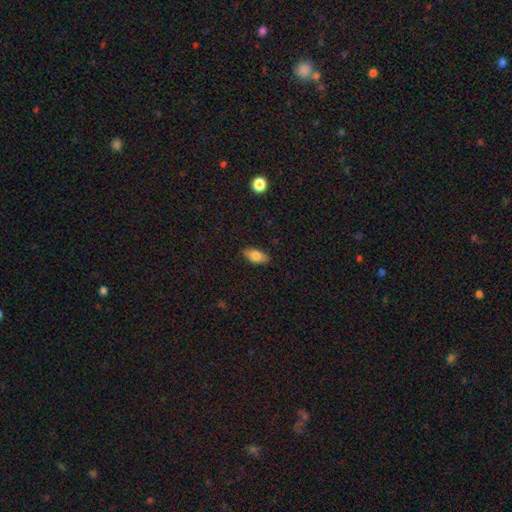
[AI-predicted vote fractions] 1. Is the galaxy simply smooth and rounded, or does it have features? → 80% smooth, 13% featured or disk, 7% star or artifact.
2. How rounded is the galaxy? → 89% in between, 7% cigar-shaped, 3% round.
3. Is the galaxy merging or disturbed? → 88% none, 9% minor disturbance, 2% major disturbance, 1% merger.